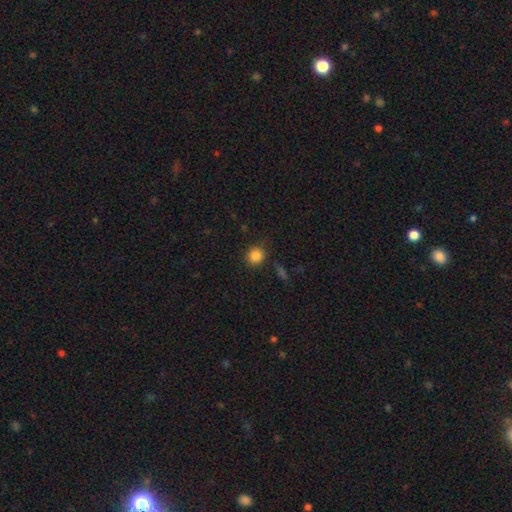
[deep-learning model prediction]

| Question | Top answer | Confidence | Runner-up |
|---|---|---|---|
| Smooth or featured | smooth | 84% | star or artifact (11%) |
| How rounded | round | 87% | in between (12%) |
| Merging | none | 86% | minor disturbance (9%) |